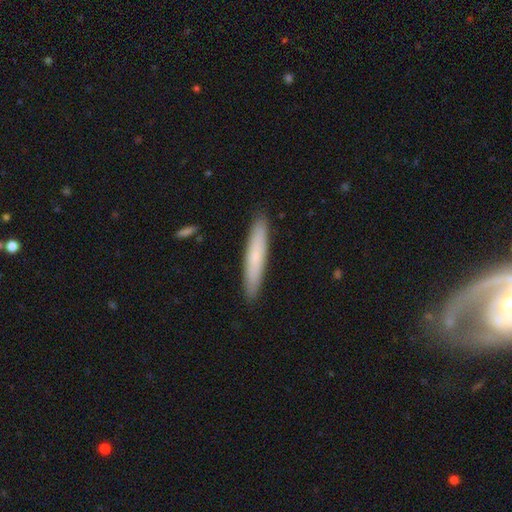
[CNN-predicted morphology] Smooth or featured?
  - smooth: 69% *
  - featured or disk: 25%
  - star or artifact: 6%
How rounded?
  - cigar-shaped: 92% *
  - in between: 6%
  - round: 1%
Merging?
  - none: 91% *
  - minor disturbance: 7%
  - major disturbance: 1%
  - merger: 1%